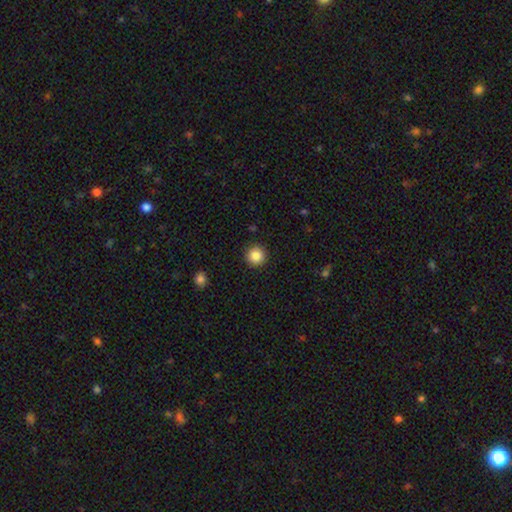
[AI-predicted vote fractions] smooth 86%, star or artifact 10%, featured or disk 4%. Down the decision tree: how rounded — round (95%); merging — none (92%).